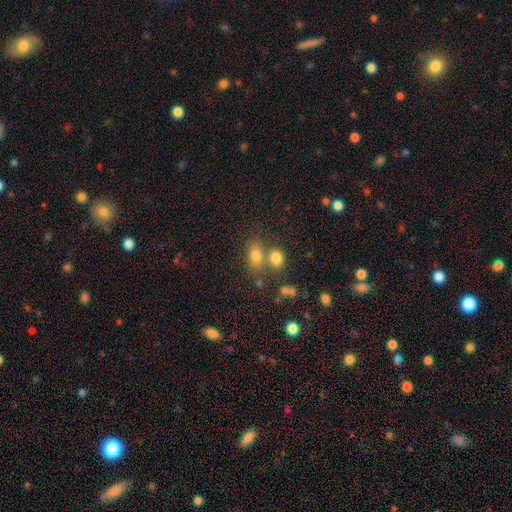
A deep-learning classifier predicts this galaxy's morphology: A smooth galaxy with no disk features (76%) that is in between round and cigar-shaped (77%).

Vote fractions:
- Smooth or featured? smooth: 76% / star or artifact: 13% / featured or disk: 11%
- How rounded? in between: 77% / round: 21% / cigar-shaped: 2%
- Merging? none: 49% / merger: 35% / minor disturbance: 11% / major disturbance: 5%